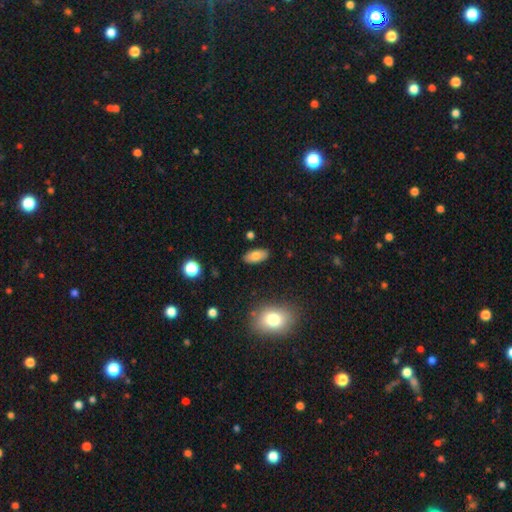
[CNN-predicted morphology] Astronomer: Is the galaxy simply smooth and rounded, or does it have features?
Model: smooth — 79%.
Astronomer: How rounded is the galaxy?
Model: in between — 91%.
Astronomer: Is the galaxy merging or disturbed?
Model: none — 88%.